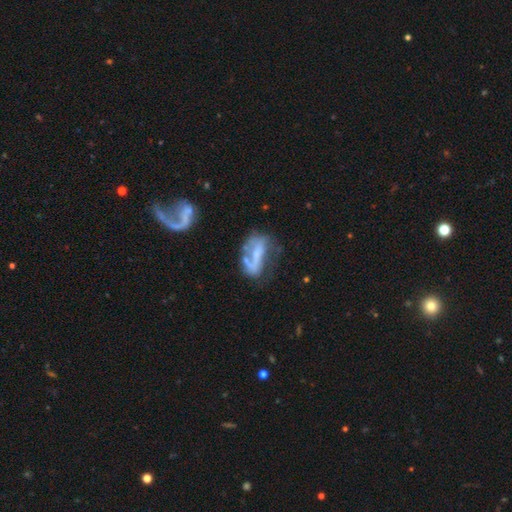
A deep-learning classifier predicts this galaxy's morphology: featured or disk 58%, smooth 32%, star or artifact 10%. Down the decision tree: edge-on disk — no (92%); bar — no (47%); spiral arms — no (52%); bulge size — none (40%); merging — major disturbance (34%).